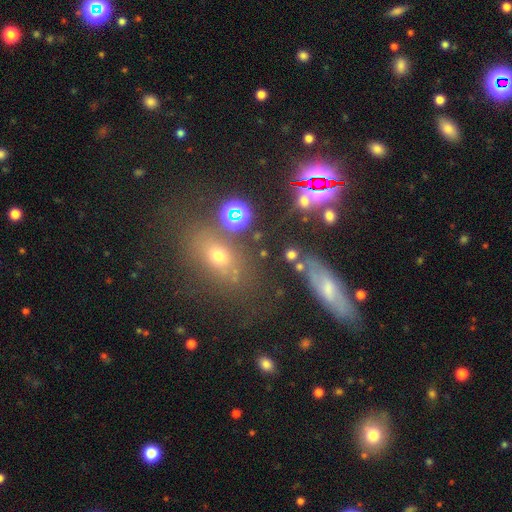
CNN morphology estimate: smooth_or_featured: smooth (p=0.42) [alt: star or artifact p=0.37]
merging: none (p=0.71) [alt: minor disturbance p=0.13]